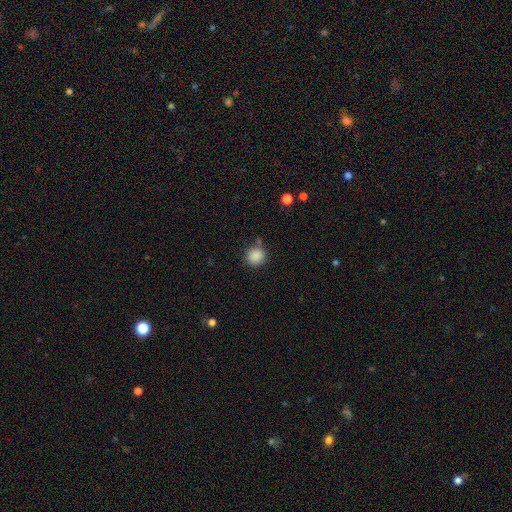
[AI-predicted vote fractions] Morphology: type=smooth (87%); roundness=round (86%); merging=none (76%).